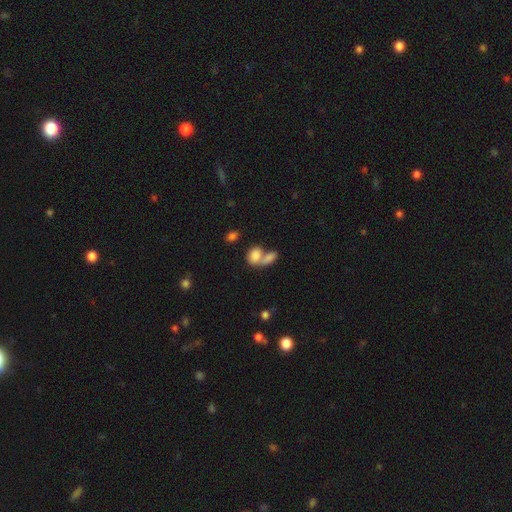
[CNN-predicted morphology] Smooth or featured?
  - smooth: 82% *
  - featured or disk: 9%
  - star or artifact: 9%
How rounded?
  - in between: 81% *
  - round: 17%
  - cigar-shaped: 2%
Merging?
  - merger: 62% *
  - none: 26%
  - minor disturbance: 8%
  - major disturbance: 5%